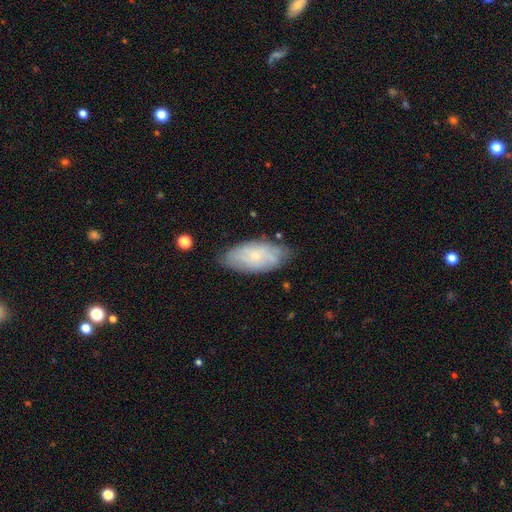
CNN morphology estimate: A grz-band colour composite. It shows a smooth galaxy with no disk features (48%). Merging: none (73%).